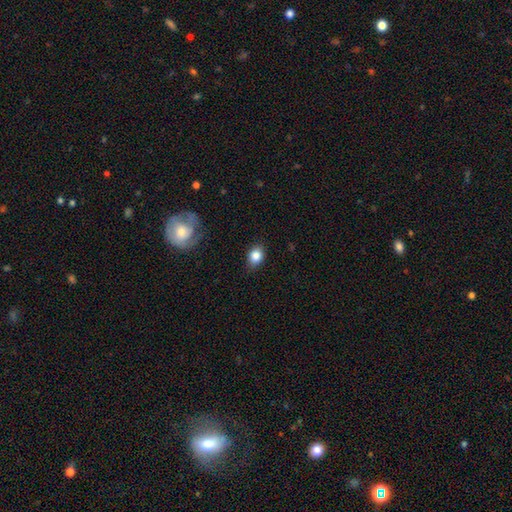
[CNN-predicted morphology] Smooth or featured: smooth — 84% (star or artifact — 9%)
How rounded: in between — 59% (round — 40%)
Merging: none — 83% (minor disturbance — 13%)